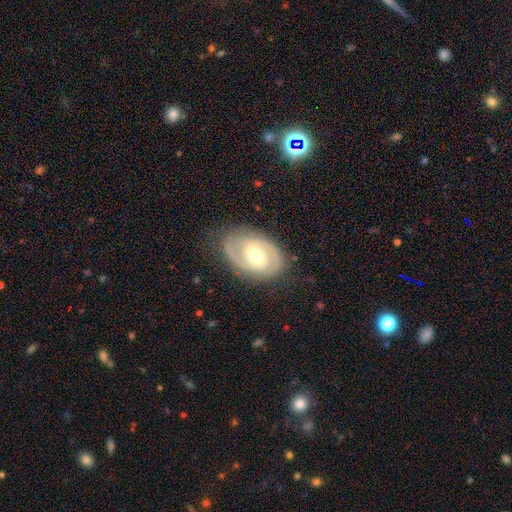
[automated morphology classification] A featured or disk galaxy (83%) with no bar (50%), 2 (84%) tight (51%) spiral arms (92%) and a moderate central bulge (66%).

Vote fractions:
- Smooth or featured? featured or disk: 83% / smooth: 12% / star or artifact: 5%
- Edge-on disk? no: 96% / yes: 4%
- Bar? no: 50% / weak: 38% / strong: 12%
- Spiral arms? yes: 92% / no: 8%
- Spiral winding? tight: 51% / medium: 40% / loose: 10%
- Spiral arm count? 2: 84% / can't tell: 8% / 1: 3% / 3: 3% / 4: 1% / more than 4: 1%
- Bulge size? moderate: 66% / small: 27% / large: 5% / dominant: 1% / none: 1%
- Merging? none: 80% / minor disturbance: 14% / major disturbance: 5% / merger: 1%